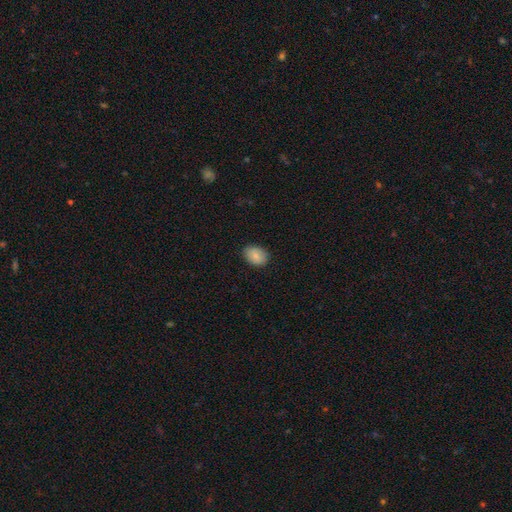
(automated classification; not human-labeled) smooth-or-featured: smooth: 85% | featured or disk: 8% | star or artifact: 7%
  how-rounded: in between: 73% | round: 26% | cigar-shaped: 1%
  merging: none: 86% | minor disturbance: 11% | major disturbance: 2% | merger: 1%